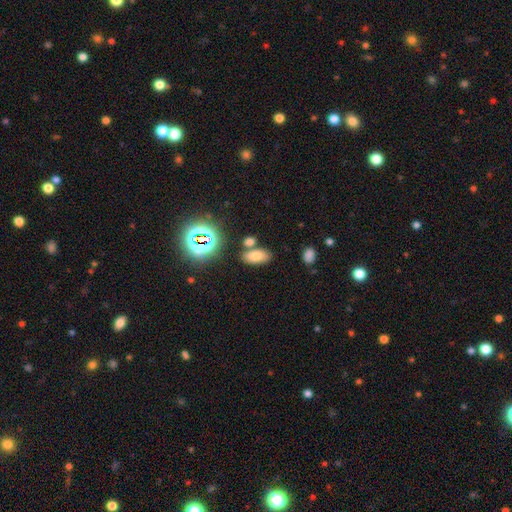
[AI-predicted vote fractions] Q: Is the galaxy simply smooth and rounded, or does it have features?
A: smooth — 71%.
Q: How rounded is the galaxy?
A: in between — 89%.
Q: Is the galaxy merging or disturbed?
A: none — 69%.